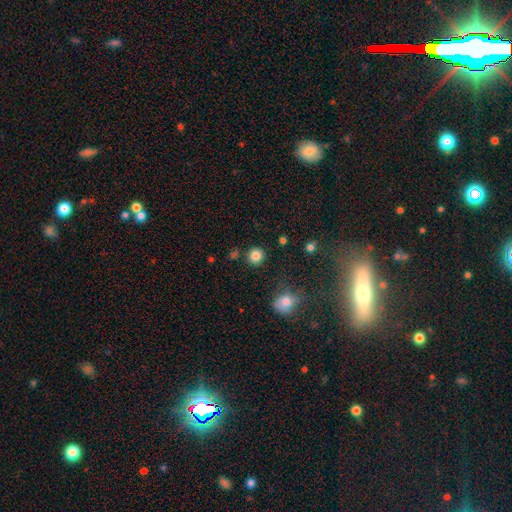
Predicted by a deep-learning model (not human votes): Overall: smooth (84%). How rounded: round (92%). Merging: none (87%).